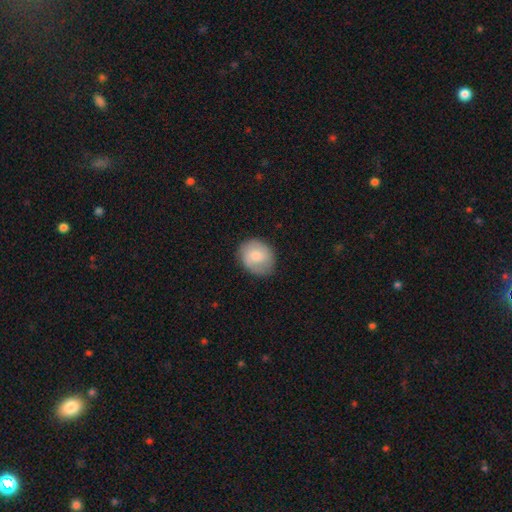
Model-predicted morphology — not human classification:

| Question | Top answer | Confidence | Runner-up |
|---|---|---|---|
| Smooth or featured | smooth | 71% | featured or disk (23%) |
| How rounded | round | 62% | in between (37%) |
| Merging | none | 79% | minor disturbance (16%) |